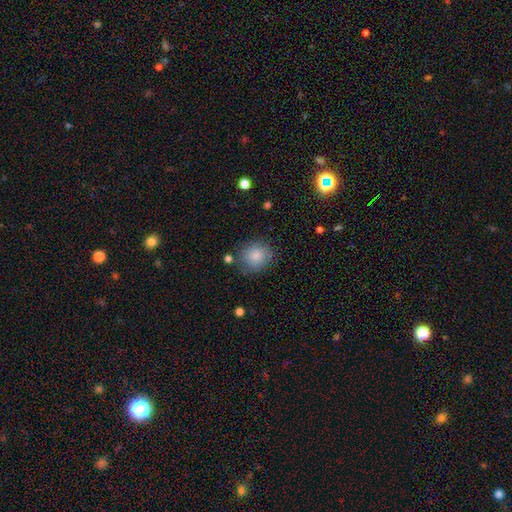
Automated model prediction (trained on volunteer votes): This is clearly a smooth galaxy (84%). How rounded: clearly round (84%). Merging: likely none (77%).